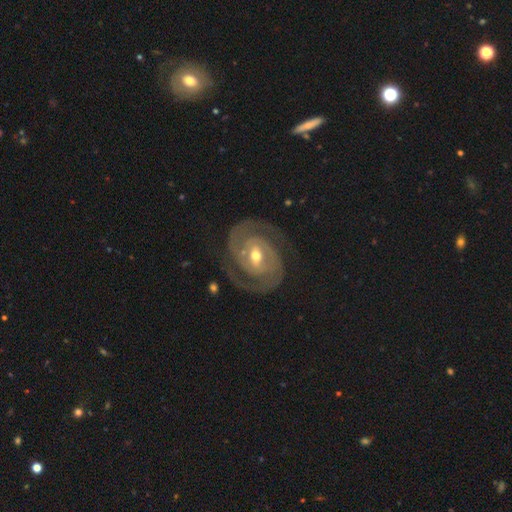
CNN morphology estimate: A featured or disk galaxy (92%) with a weak bar (45%), 2 (92%) tight (57%) spiral arms (98%) and a moderate central bulge (67%).

Vote fractions:
- Smooth or featured? featured or disk: 92% / smooth: 4% / star or artifact: 4%
- Edge-on disk? no: 98% / yes: 2%
- Bar? weak: 45% / strong: 27% / no: 27%
- Spiral arms? yes: 98% / no: 2%
- Spiral winding? tight: 57% / medium: 36% / loose: 7%
- Spiral arm count? 2: 92% / can't tell: 3% / 3: 2% / 1: 1% / 4: 1% / more than 4: 1%
- Bulge size? moderate: 67% / small: 28% / large: 4% / none: 1% / dominant: 1%
- Merging? none: 81% / minor disturbance: 12% / major disturbance: 6% / merger: 2%